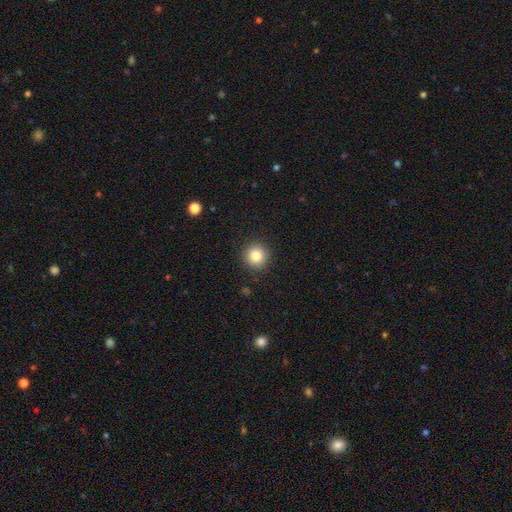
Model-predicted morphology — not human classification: smooth_or_featured: smooth (p=0.84) [alt: star or artifact p=0.10]
how_rounded: round (p=0.94) [alt: in between p=0.05]
merging: none (p=0.91) [alt: minor disturbance p=0.06]